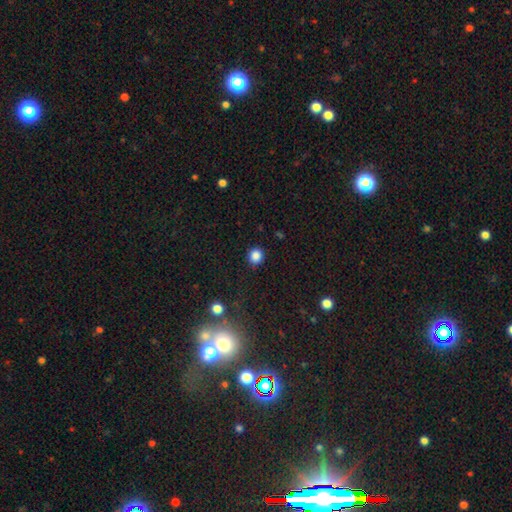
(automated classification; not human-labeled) This is clearly a smooth galaxy (85%). How rounded: clearly round (89%). Merging: clearly none (90%).